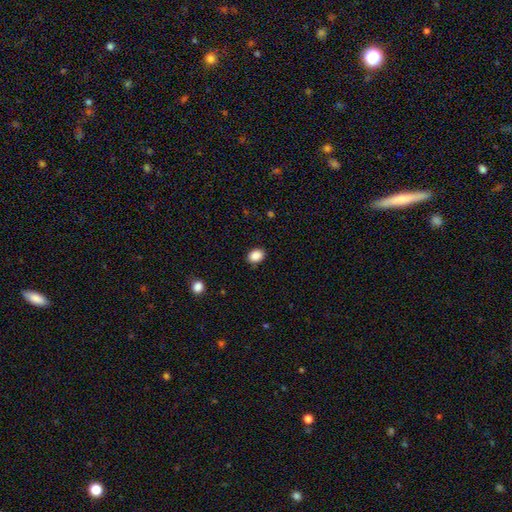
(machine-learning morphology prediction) Smooth or featured? smooth (88%)
How rounded? in between (64%)
Merging? none (88%)